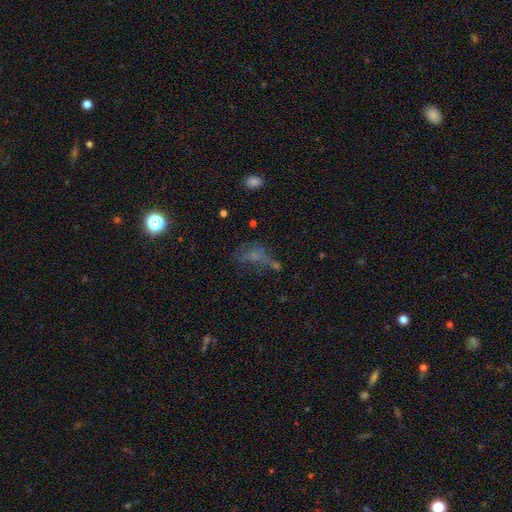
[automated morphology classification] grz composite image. It shows a smooth galaxy with no disk features (41%). Merging: none (36%).